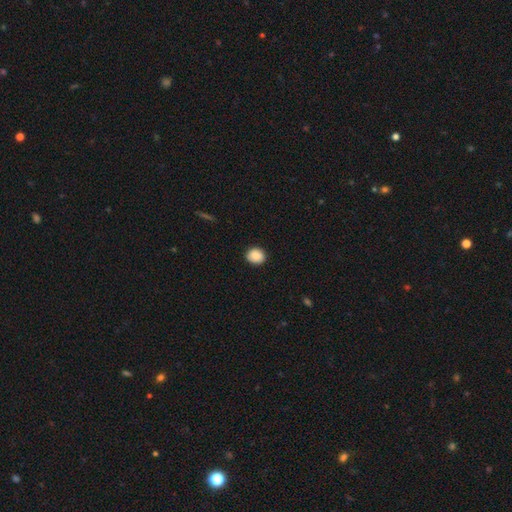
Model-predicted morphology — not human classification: Q: Smooth or featured?
A: smooth (89%); runner-up: star or artifact (8%)
Q: How rounded?
A: round (74%); runner-up: in between (26%)
Q: Merging?
A: none (89%); runner-up: minor disturbance (8%)